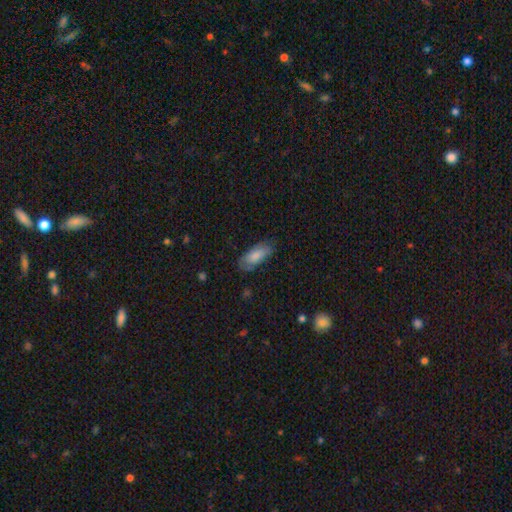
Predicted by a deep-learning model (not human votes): Smooth or featured?
  - smooth: 77% *
  - featured or disk: 17%
  - star or artifact: 6%
How rounded?
  - in between: 82% *
  - cigar-shaped: 16%
  - round: 2%
Merging?
  - none: 69% *
  - minor disturbance: 23%
  - major disturbance: 6%
  - merger: 2%